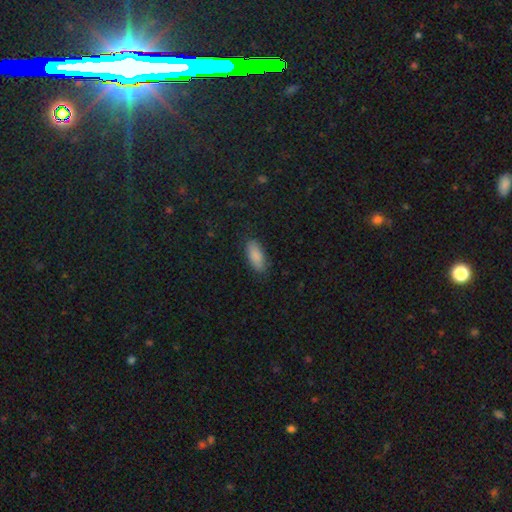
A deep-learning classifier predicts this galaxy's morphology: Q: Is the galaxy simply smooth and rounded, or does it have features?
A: smooth — 88%.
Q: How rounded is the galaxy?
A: in between — 84%.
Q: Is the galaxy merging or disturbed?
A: none — 83%.